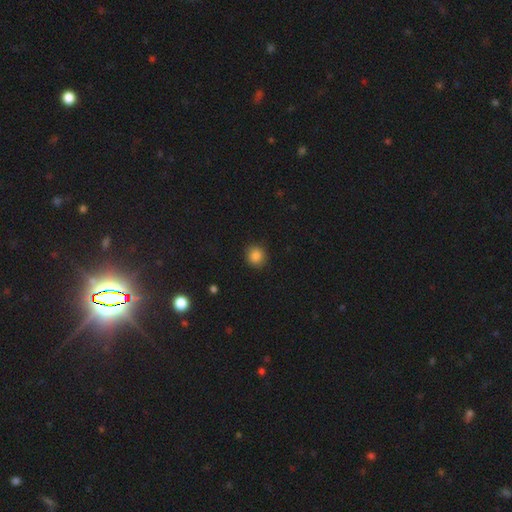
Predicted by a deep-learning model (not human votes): Morphology: type=smooth (86%); roundness=round (90%); merging=none (90%).